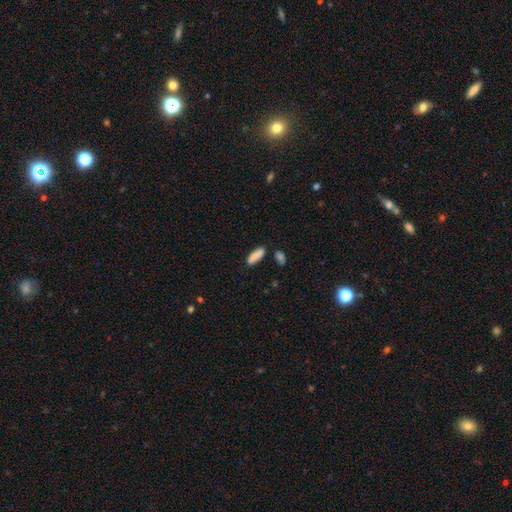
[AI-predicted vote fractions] This appears to be a smooth galaxy with no disk features (87%) that is in between round and cigar-shaped (54%). Merging: none (73%).